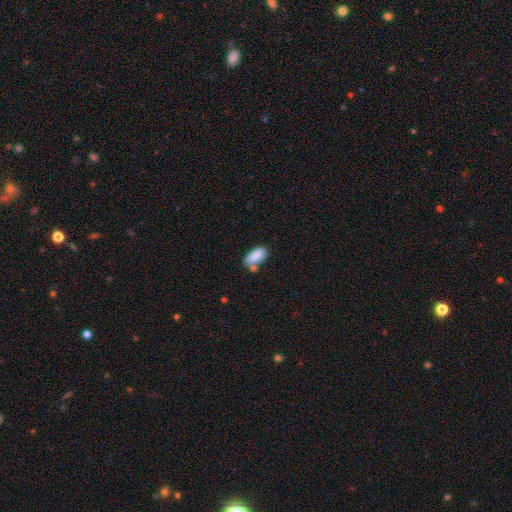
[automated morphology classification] smooth-or-featured: smooth: 87% | star or artifact: 7% | featured or disk: 6%
  how-rounded: in between: 89% | cigar-shaped: 8% | round: 2%
  merging: none: 60% | minor disturbance: 18% | merger: 17% | major disturbance: 5%